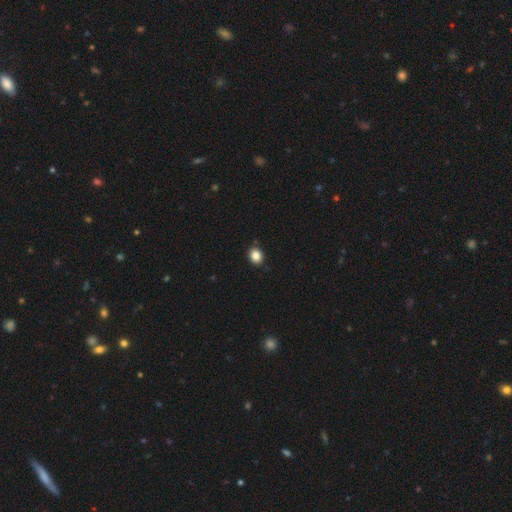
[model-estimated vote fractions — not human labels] This appears to be a smooth galaxy with no disk features (85%) that is round (61%). Merging: none (86%).